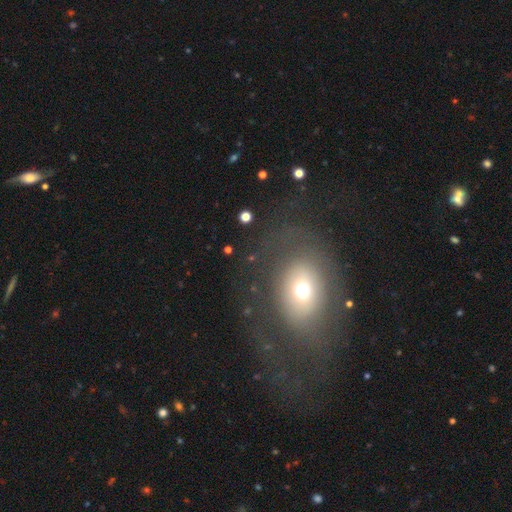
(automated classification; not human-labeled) A smooth galaxy with no disk features (47%). Merging: none (59%).